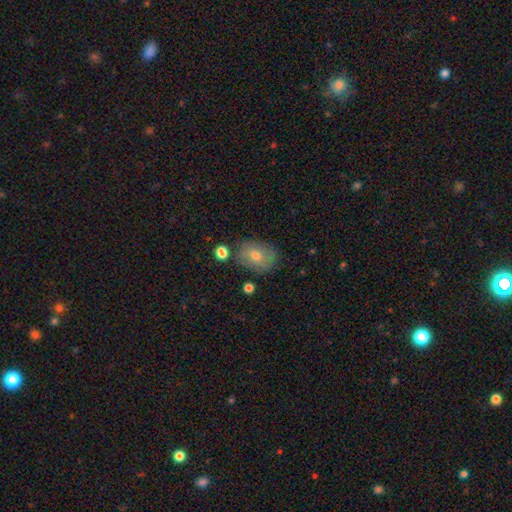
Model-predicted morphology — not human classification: smooth_or_featured: smooth (p=0.65) [alt: featured or disk p=0.25]
how_rounded: in between (p=0.59) [alt: round p=0.39]
merging: none (p=0.75) [alt: minor disturbance p=0.16]